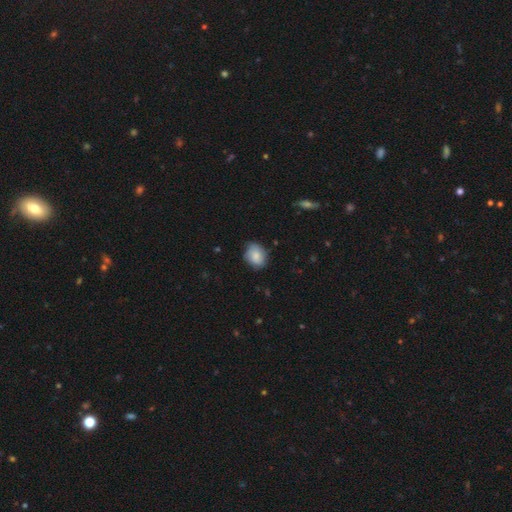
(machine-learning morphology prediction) Q: Smooth or featured?
A: smooth (81%); runner-up: featured or disk (12%)
Q: How rounded?
A: in between (52%); runner-up: round (47%)
Q: Merging?
A: none (72%); runner-up: minor disturbance (23%)